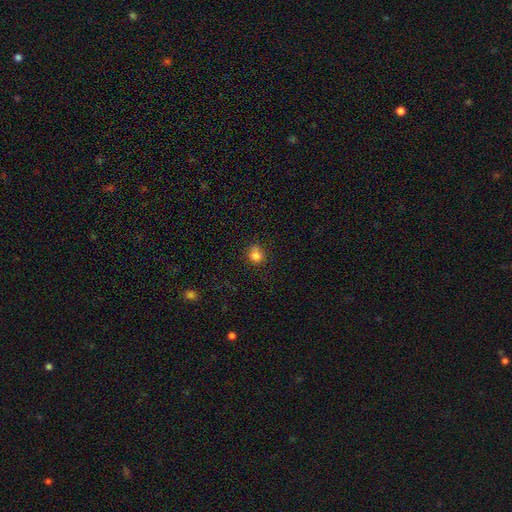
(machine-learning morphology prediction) type=smooth (81%); roundness=round (76%); merging=none (67%).